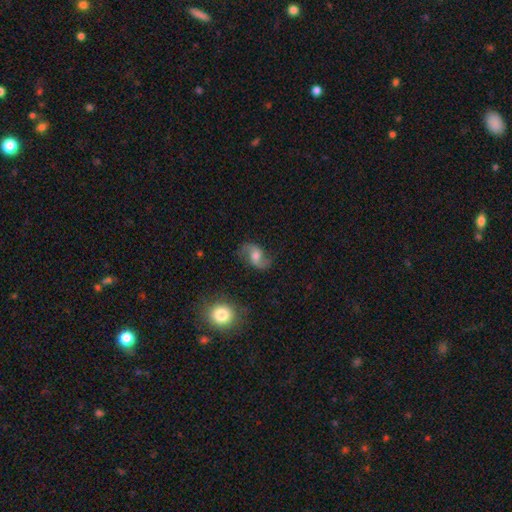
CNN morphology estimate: Smooth or featured? Predicted: featured or disk (p=0.77). Edge-on disk? Predicted: no (p=0.97). Bar? Predicted: no (p=0.48). Spiral arms? Predicted: yes (p=0.95). Spiral winding? Predicted: loose (p=0.71). Spiral arm count? Predicted: 2 (p=0.92). Bulge size? Predicted: moderate (p=0.54). Merging? Predicted: none (p=0.75).